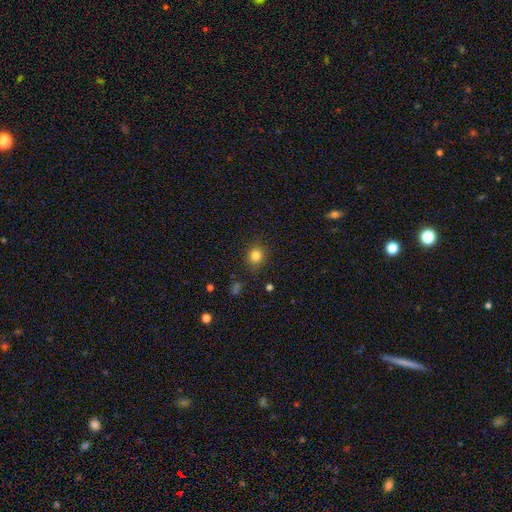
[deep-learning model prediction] Smooth or featured?
  - smooth: 82% *
  - star or artifact: 12%
  - featured or disk: 5%
How rounded?
  - round: 72% *
  - in between: 27%
  - cigar-shaped: 1%
Merging?
  - none: 83% *
  - minor disturbance: 12%
  - major disturbance: 3%
  - merger: 2%